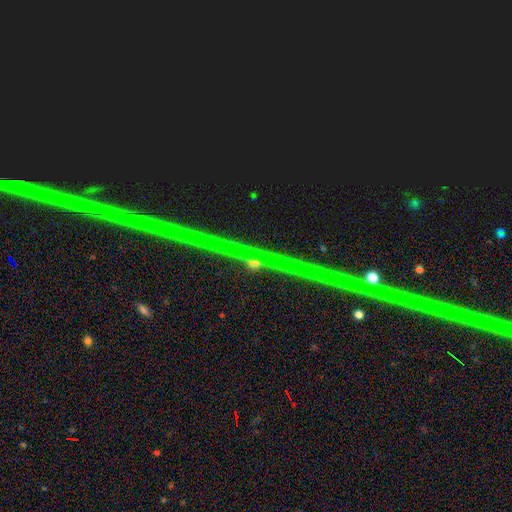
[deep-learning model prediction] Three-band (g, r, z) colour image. It shows a star or artifact, not a galaxy (87%).